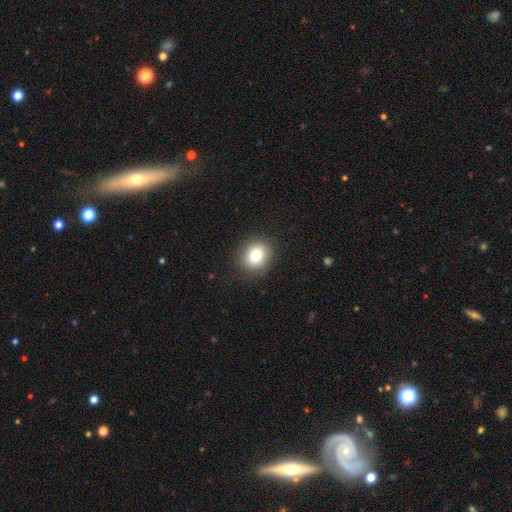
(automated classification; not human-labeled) Q: Smooth or featured?
A: smooth (80%); runner-up: star or artifact (11%)
Q: How rounded?
A: round (70%); runner-up: in between (29%)
Q: Merging?
A: none (88%); runner-up: minor disturbance (8%)